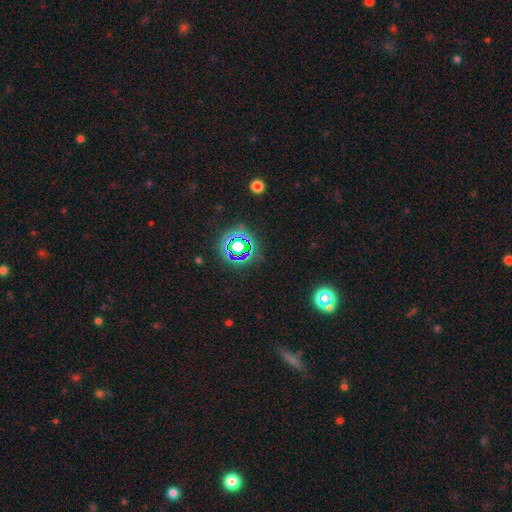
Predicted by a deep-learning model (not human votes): smooth_or_featured: star or artifact (p=0.71) [alt: smooth p=0.21]